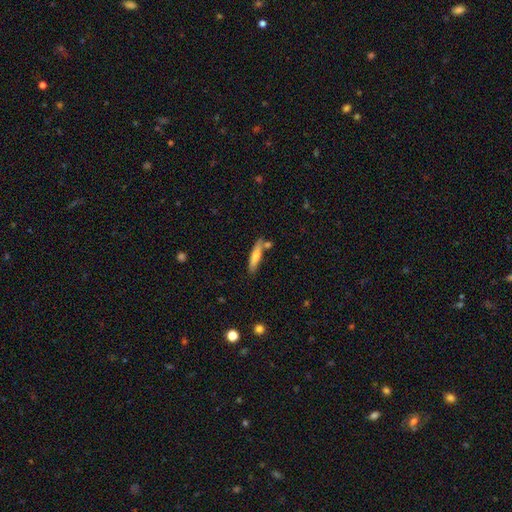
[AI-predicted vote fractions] Q: Smooth or featured?
A: smooth (64%); runner-up: featured or disk (30%)
Q: How rounded?
A: cigar-shaped (81%); runner-up: in between (17%)
Q: Merging?
A: none (72%); runner-up: minor disturbance (14%)